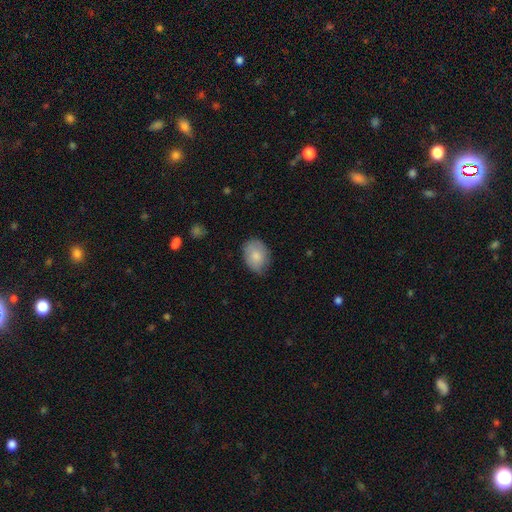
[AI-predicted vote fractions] Smooth or featured? Predicted: smooth (p=0.82). How rounded? Predicted: in between (p=0.73). Merging? Predicted: none (p=0.69).